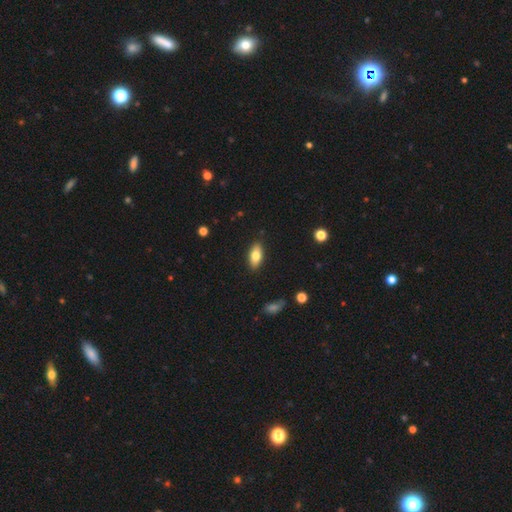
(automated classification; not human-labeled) smooth_or_featured: smooth (p=0.75) [alt: featured or disk p=0.19]
how_rounded: in between (p=0.85) [alt: cigar-shaped p=0.12]
merging: none (p=0.88) [alt: minor disturbance p=0.09]